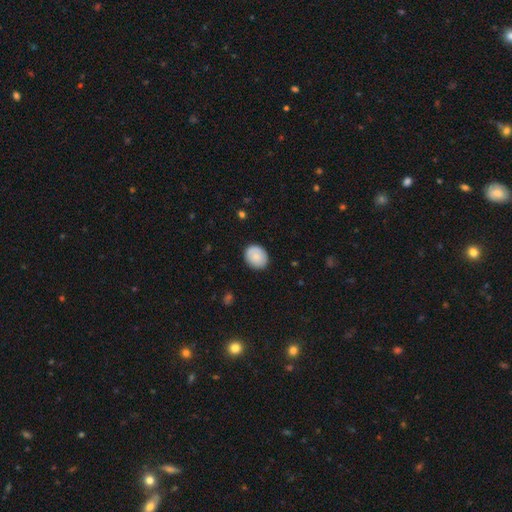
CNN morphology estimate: Smooth or featured: smooth — 81% (featured or disk — 12%)
How rounded: round — 57% (in between — 42%)
Merging: none — 85% (minor disturbance — 11%)